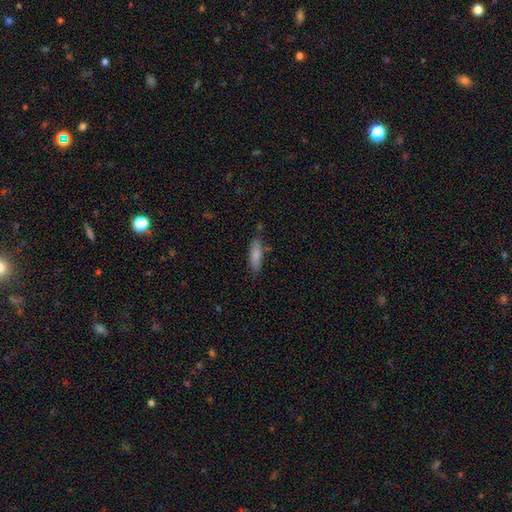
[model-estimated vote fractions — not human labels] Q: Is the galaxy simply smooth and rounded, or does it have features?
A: smooth — 79%.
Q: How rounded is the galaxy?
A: cigar-shaped — 52%.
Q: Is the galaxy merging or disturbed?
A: none — 79%.